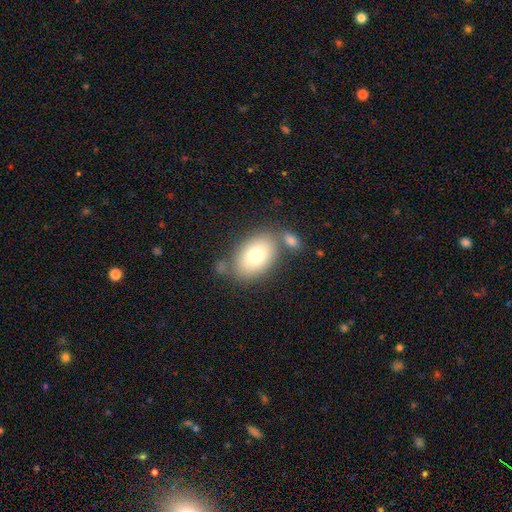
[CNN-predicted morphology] Q: Smooth or featured?
A: smooth (75%); runner-up: featured or disk (17%)
Q: How rounded?
A: in between (85%); runner-up: round (13%)
Q: Merging?
A: none (62%); runner-up: merger (18%)